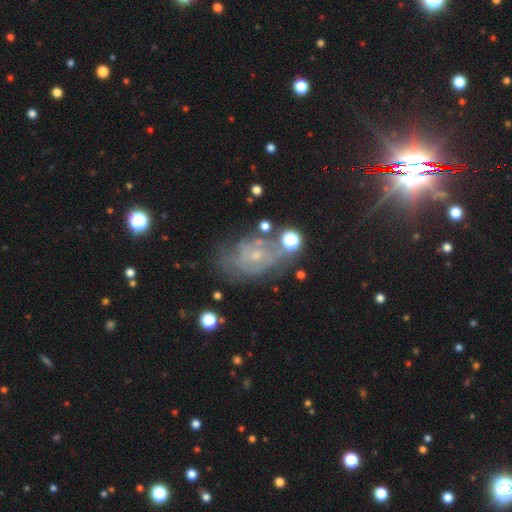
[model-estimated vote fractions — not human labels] The model was most divided on "merging": none: 58%, minor disturbance: 22%, major disturbance: 13%, merger: 7%. More confident: edge-on disk — no (95%); spiral arms — yes (77%); bulge size — small (77%); bar — no (69%); smooth or featured — featured or disk (63%).